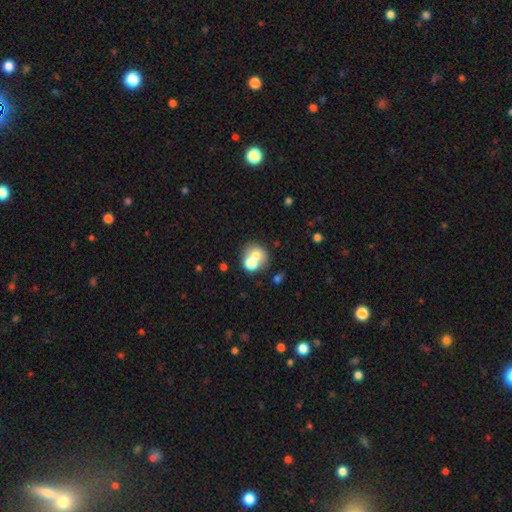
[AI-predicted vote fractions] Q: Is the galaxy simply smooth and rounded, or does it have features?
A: smooth — 66%.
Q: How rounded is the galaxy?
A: round — 71%.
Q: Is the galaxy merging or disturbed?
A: merger — 50%.